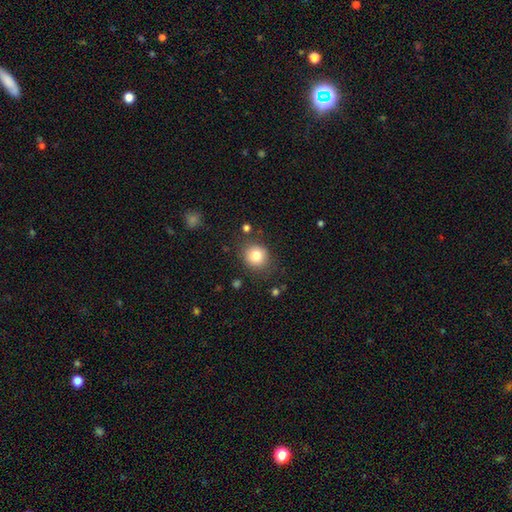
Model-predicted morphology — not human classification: Smooth or featured? Predicted: smooth (p=0.81). How rounded? Predicted: round (p=0.85). Merging? Predicted: none (p=0.83).